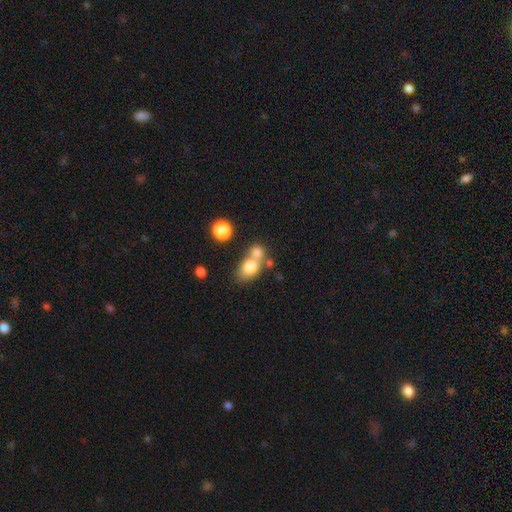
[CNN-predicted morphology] Smooth or featured: smooth — 74% (featured or disk — 15%)
How rounded: in between — 55% (round — 43%)
Merging: merger — 54% (none — 33%)